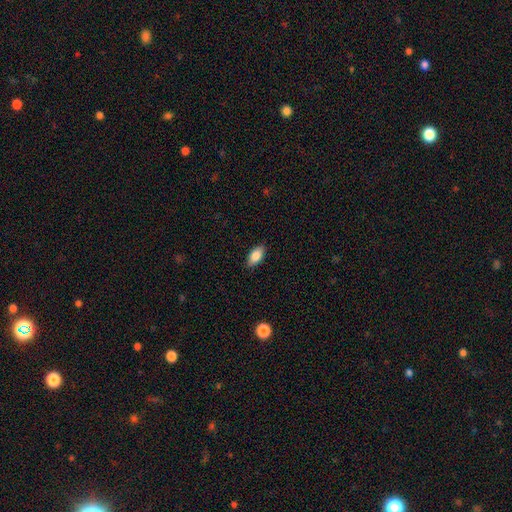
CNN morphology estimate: Smooth or featured? Predicted: smooth (p=0.86). How rounded? Predicted: in between (p=0.91). Merging? Predicted: none (p=0.88).